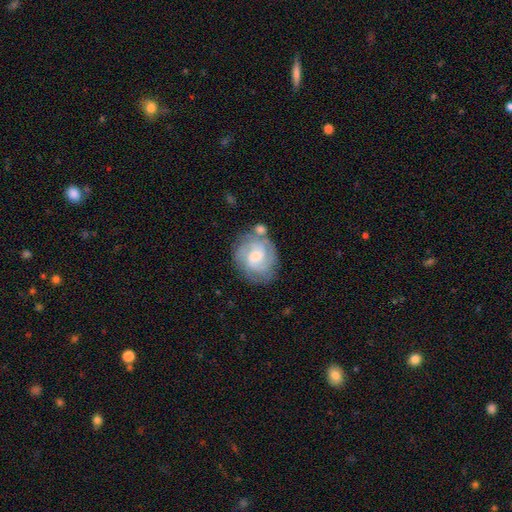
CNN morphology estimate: featured or disk 68%, smooth 25%, star or artifact 7%. Down the decision tree: edge-on disk — no (97%); bar — no (54%); spiral arms — yes (89%); spiral arm count — can't tell (34%); spiral winding — tight (52%); bulge size — moderate (44%); merging — none (60%).